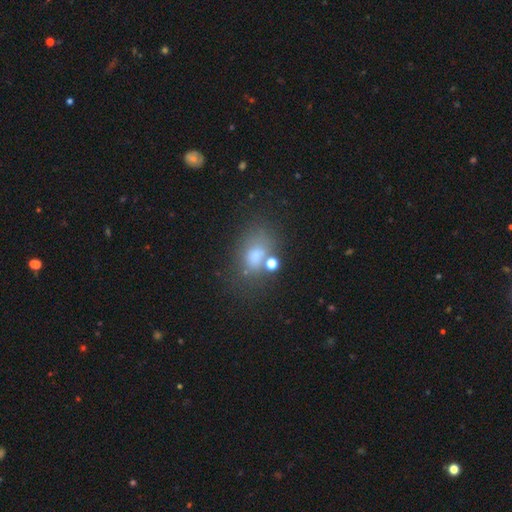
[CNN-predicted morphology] Smooth or featured?
  - smooth: 66% *
  - star or artifact: 18%
  - featured or disk: 15%
How rounded?
  - in between: 71% *
  - round: 27%
  - cigar-shaped: 2%
Merging?
  - none: 57% *
  - minor disturbance: 18%
  - merger: 14%
  - major disturbance: 10%